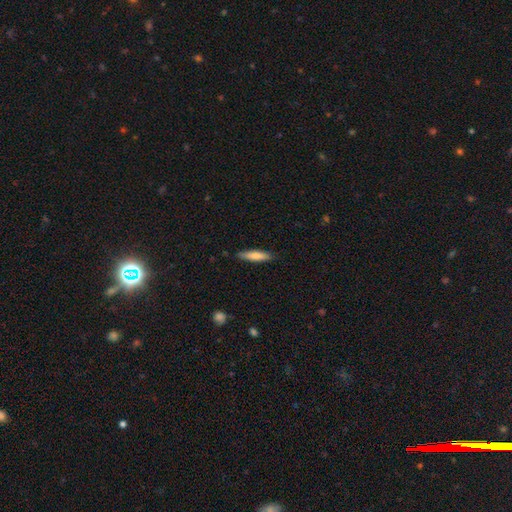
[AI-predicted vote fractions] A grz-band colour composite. It shows a smooth galaxy with no disk features (72%) that is cigar-shaped (79%). Merging: none (87%).